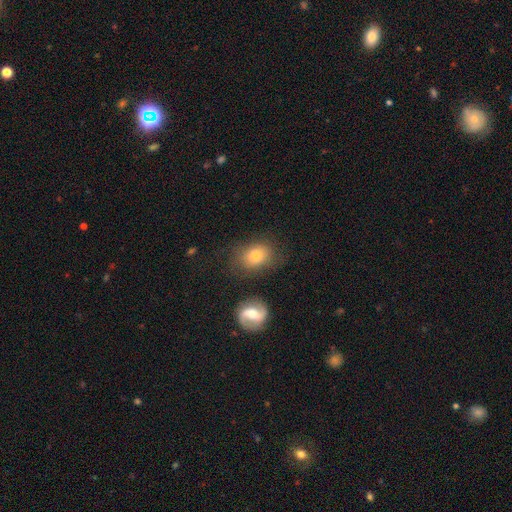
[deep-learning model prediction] Smooth or featured? Predicted: smooth (p=0.73). How rounded? Predicted: in between (p=0.59). Merging? Predicted: none (p=0.73).